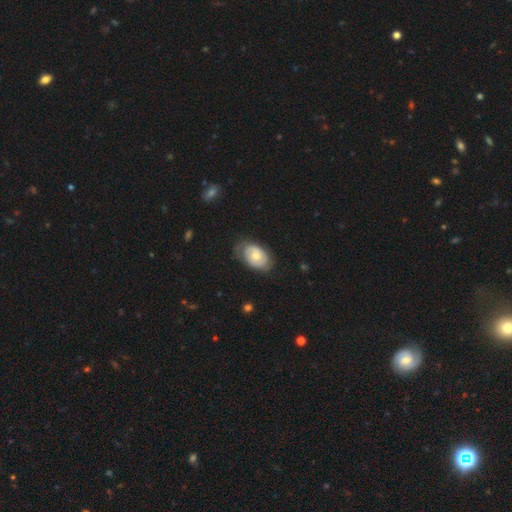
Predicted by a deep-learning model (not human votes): featured or disk 47% (tied), smooth 47% (tied), star or artifact 6%. Down the decision tree: merging — none (65%).